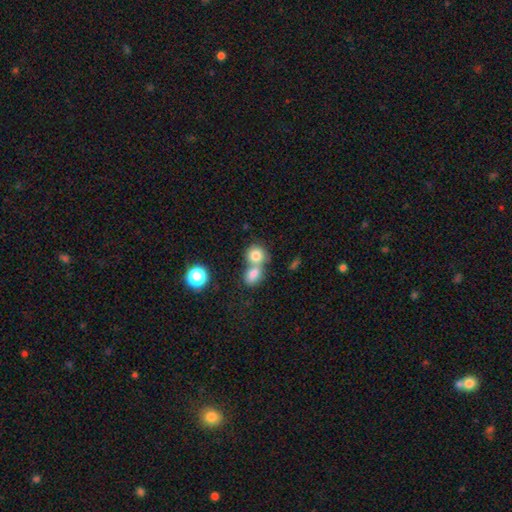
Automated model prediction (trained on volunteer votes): A smooth galaxy with no disk features (80%) that is round (77%).

Vote fractions:
- Smooth or featured? smooth: 80% / star or artifact: 10% / featured or disk: 10%
- How rounded? round: 77% / in between: 22% / cigar-shaped: 1%
- Merging? merger: 56% / none: 35% / minor disturbance: 6% / major disturbance: 3%